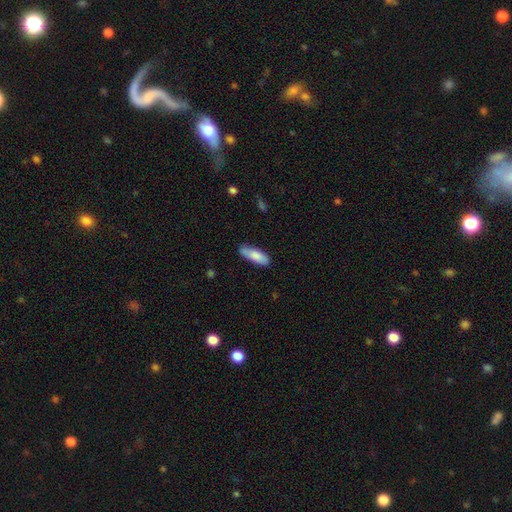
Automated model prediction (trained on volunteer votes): smooth 81%, featured or disk 13%, star or artifact 6%. Down the decision tree: how rounded — in between (58%); merging — none (80%).